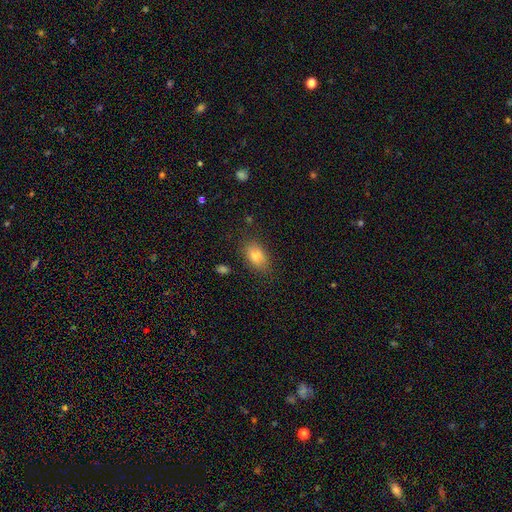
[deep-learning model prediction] This is likely a smooth galaxy (80%). How rounded: clearly in between (86%). Merging: likely none (77%).